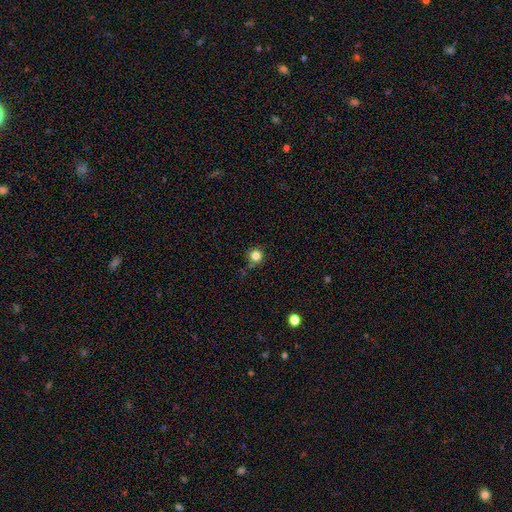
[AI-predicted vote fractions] Overall: smooth (82%). How rounded: round (95%). Merging: none (81%).